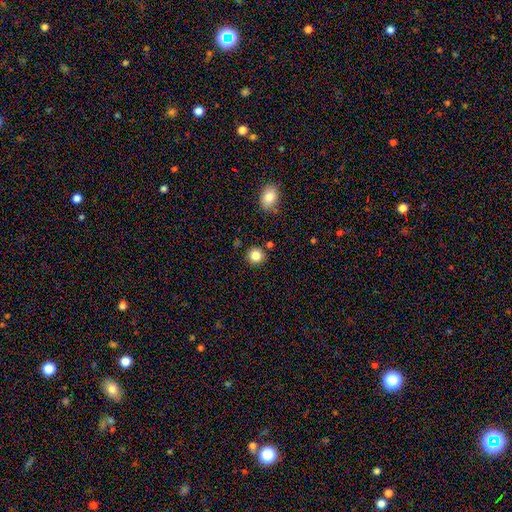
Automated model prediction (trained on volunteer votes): A smooth galaxy with no disk features (84%) that is round (91%). Merging: none (86%).